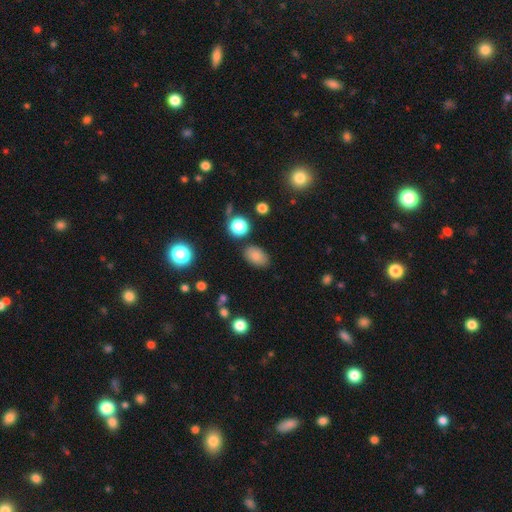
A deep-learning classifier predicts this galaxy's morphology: smooth-or-featured: smooth: 82% | star or artifact: 11% | featured or disk: 6%
  how-rounded: in between: 87% | round: 12% | cigar-shaped: 1%
  merging: none: 81% | minor disturbance: 13% | major disturbance: 3% | merger: 3%